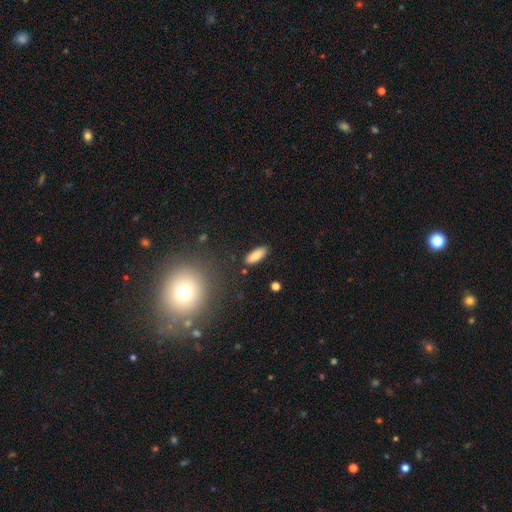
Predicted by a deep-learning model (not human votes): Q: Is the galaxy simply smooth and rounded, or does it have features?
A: smooth — 83%.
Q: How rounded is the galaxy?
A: in between — 71%.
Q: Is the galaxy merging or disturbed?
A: none — 86%.